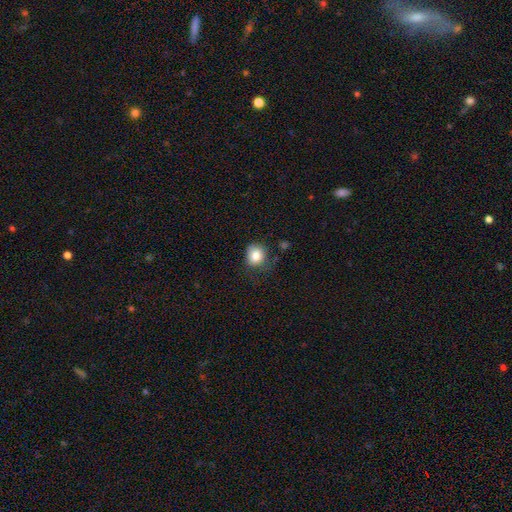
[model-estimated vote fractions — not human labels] Q: Smooth or featured?
A: smooth (84%); runner-up: star or artifact (10%)
Q: How rounded?
A: round (73%); runner-up: in between (26%)
Q: Merging?
A: none (68%); runner-up: minor disturbance (23%)